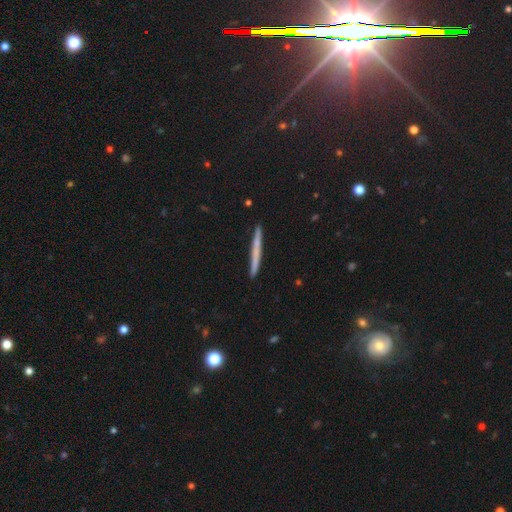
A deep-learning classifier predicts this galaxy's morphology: A smooth galaxy with no disk features (55%) that is cigar-shaped (97%).

Vote fractions:
- Smooth or featured? smooth: 55% / featured or disk: 39% / star or artifact: 6%
- How rounded? cigar-shaped: 97% / in between: 2% / round: 1%
- Merging? none: 91% / minor disturbance: 7% / major disturbance: 1% / merger: 1%